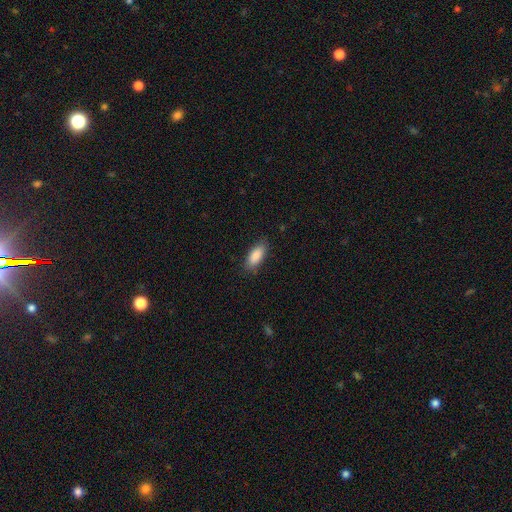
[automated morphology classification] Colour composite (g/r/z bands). It shows a smooth galaxy with no disk features (87%) that is in between round and cigar-shaped (85%). Merging: none (84%).